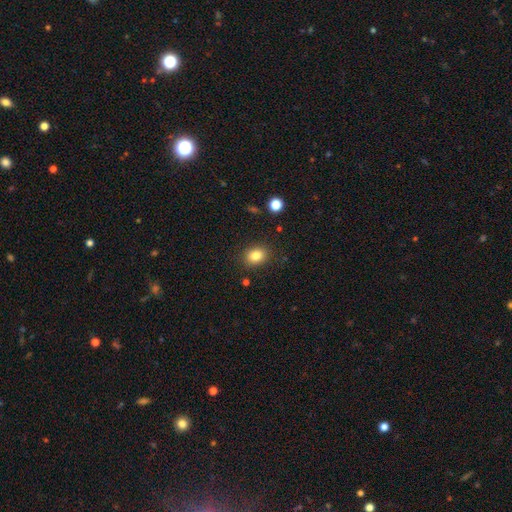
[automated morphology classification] A smooth galaxy with no disk features (83%) that is in between round and cigar-shaped (55%). Merging: none (86%).